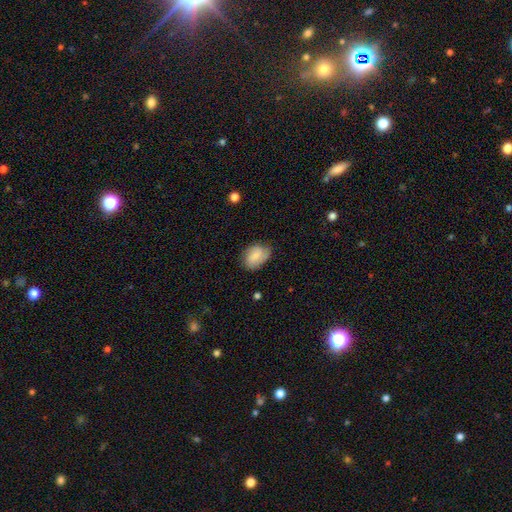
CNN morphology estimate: This appears to be a smooth galaxy with no disk features (69%) that is in between round and cigar-shaped (81%). Merging: none (63%).